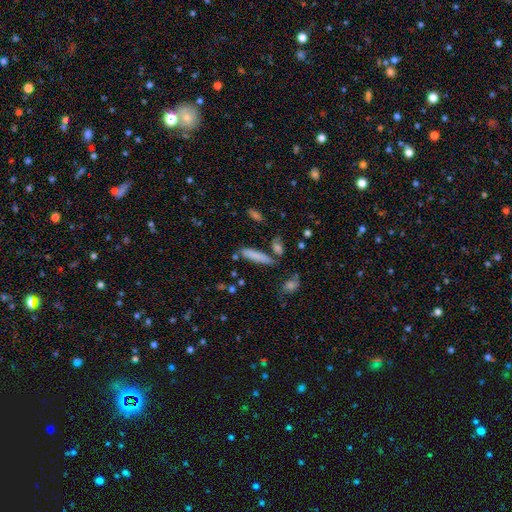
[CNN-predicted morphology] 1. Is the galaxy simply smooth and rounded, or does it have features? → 78% smooth, 14% featured or disk, 9% star or artifact.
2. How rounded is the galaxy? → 78% cigar-shaped, 19% in between, 2% round.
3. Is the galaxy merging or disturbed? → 73% none, 14% minor disturbance, 9% merger, 4% major disturbance.